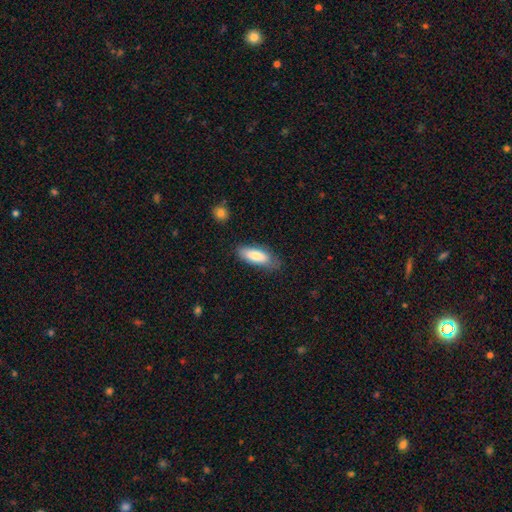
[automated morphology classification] Overall: smooth (79%). How rounded: in between (72%). Merging: none (73%).